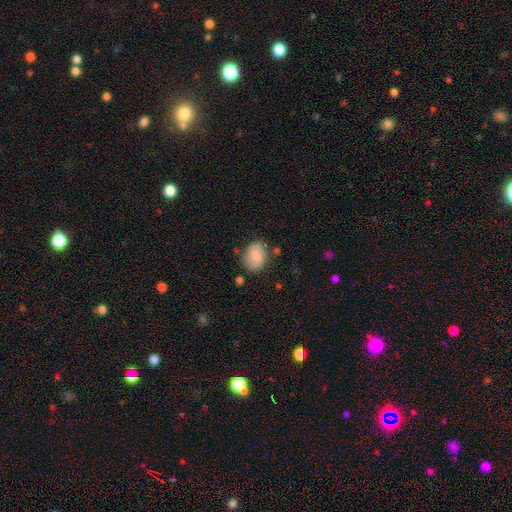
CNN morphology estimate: Q: Smooth or featured?
A: smooth (72%); runner-up: featured or disk (20%)
Q: How rounded?
A: in between (66%); runner-up: round (33%)
Q: Merging?
A: none (72%); runner-up: minor disturbance (20%)